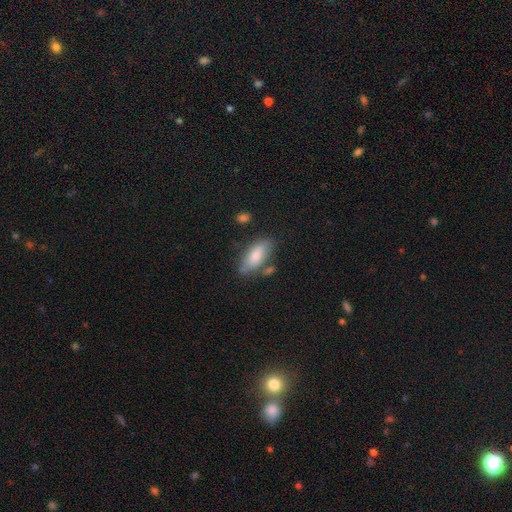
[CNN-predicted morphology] This appears to be a smooth galaxy with no disk features (75%) that is in between round and cigar-shaped (79%). Merging: none (67%).